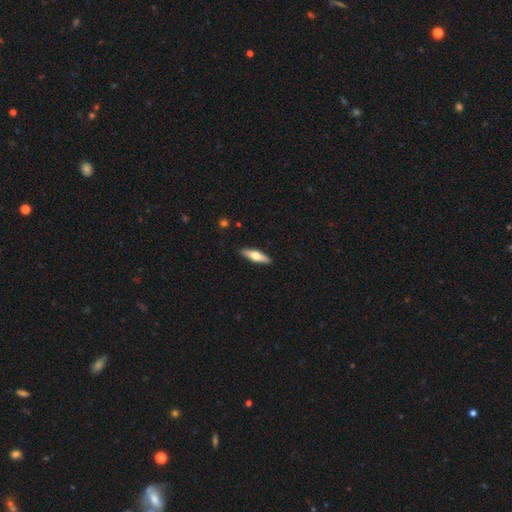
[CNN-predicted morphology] A smooth galaxy with no disk features (52%) that is cigar-shaped (63%). Merging: none (90%).